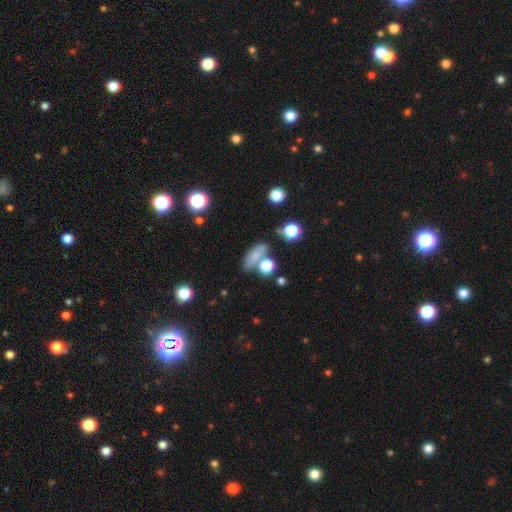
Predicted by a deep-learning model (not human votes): This appears to be a smooth galaxy with no disk features (74%) that is in between round and cigar-shaped (60%). Merging: none (58%).